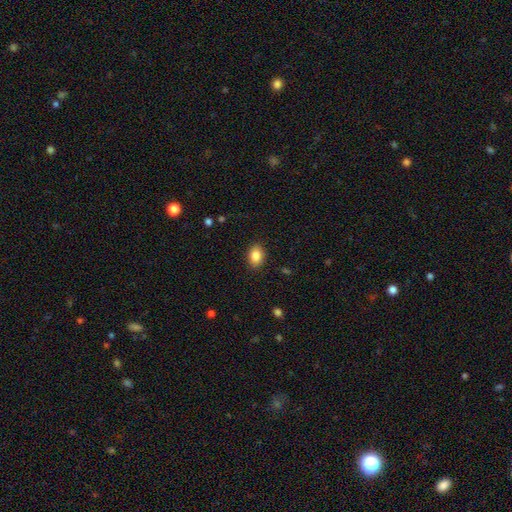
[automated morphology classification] This is clearly a smooth galaxy (86%). How rounded: likely in between (78%). Merging: clearly none (88%).